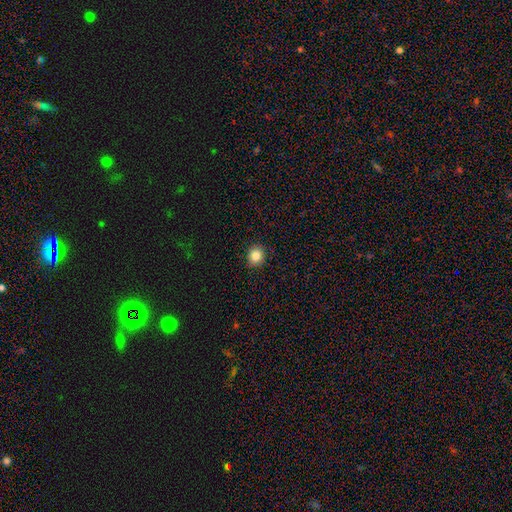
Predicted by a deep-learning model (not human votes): A smooth galaxy with no disk features (84%) that is round (78%). Merging: none (90%).